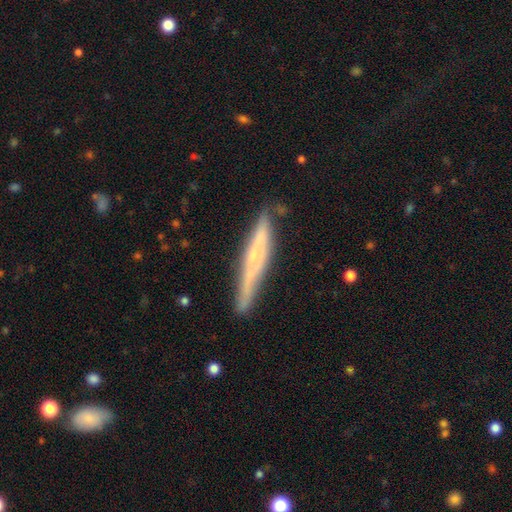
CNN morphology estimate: The model was most divided on "smooth or featured": featured or disk: 54%, smooth: 39%, star or artifact: 7%. More confident: edge-on disk — yes (91%); merging — none (76%).